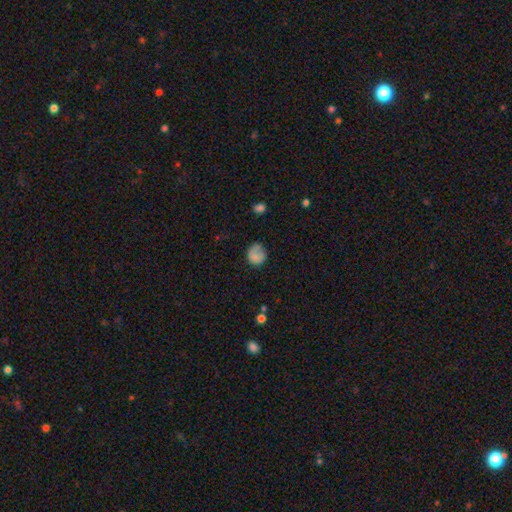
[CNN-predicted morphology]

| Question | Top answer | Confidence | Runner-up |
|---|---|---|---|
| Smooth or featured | smooth | 79% | featured or disk (12%) |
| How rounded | round | 79% | in between (20%) |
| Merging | none | 62% | minor disturbance (24%) |